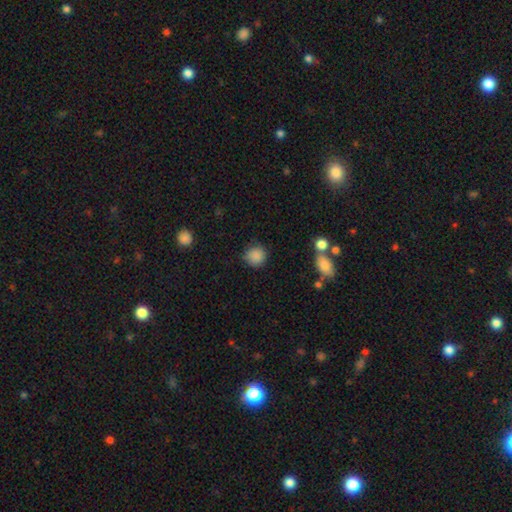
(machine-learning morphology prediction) This is clearly a smooth galaxy (87%). How rounded: clearly round (91%). Merging: clearly none (82%).